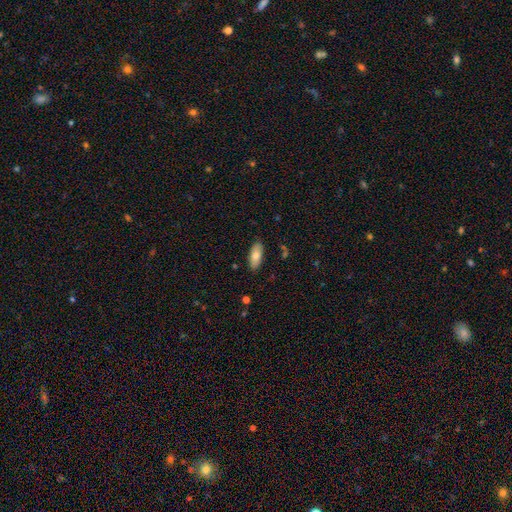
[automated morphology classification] Q: Smooth or featured?
A: smooth (78%); runner-up: featured or disk (16%)
Q: How rounded?
A: in between (82%); runner-up: cigar-shaped (16%)
Q: Merging?
A: none (87%); runner-up: minor disturbance (10%)